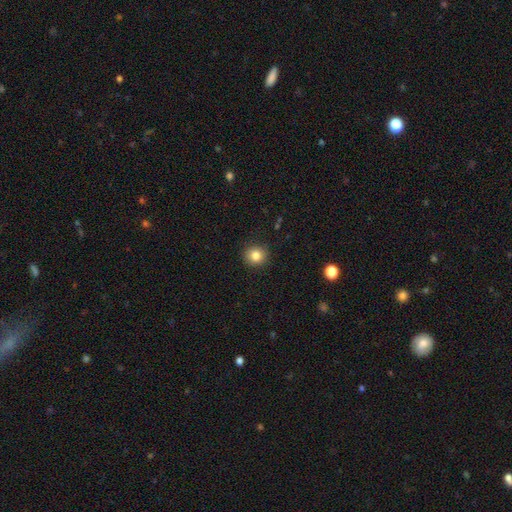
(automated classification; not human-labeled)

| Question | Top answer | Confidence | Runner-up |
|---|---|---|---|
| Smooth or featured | smooth | 84% | star or artifact (11%) |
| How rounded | round | 90% | in between (9%) |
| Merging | none | 91% | minor disturbance (6%) |